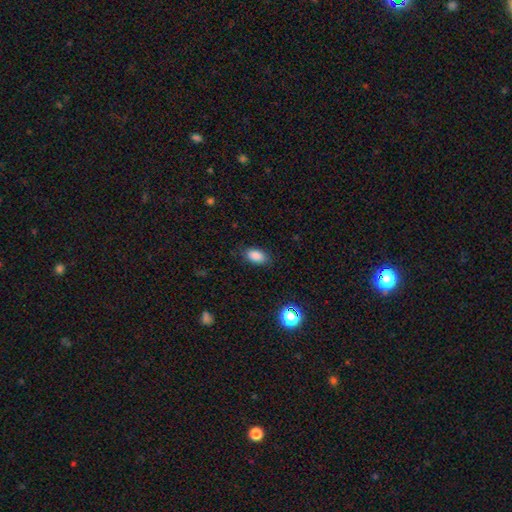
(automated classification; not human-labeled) Morphology: type=smooth (87%); roundness=in between (90%); merging=none (84%).